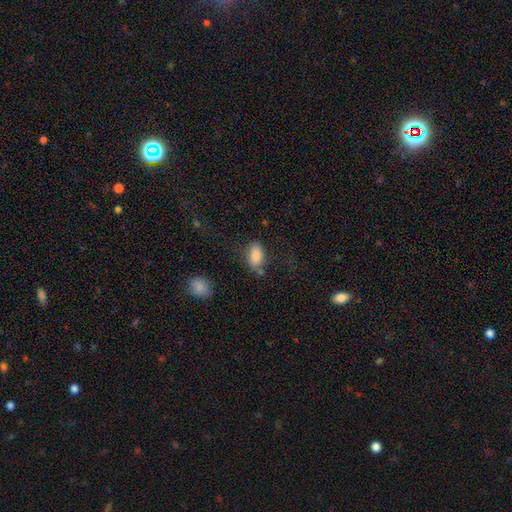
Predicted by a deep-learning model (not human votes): Smooth or featured: smooth — 87% (star or artifact — 8%)
How rounded: in between — 91% (round — 6%)
Merging: none — 69% (minor disturbance — 19%)